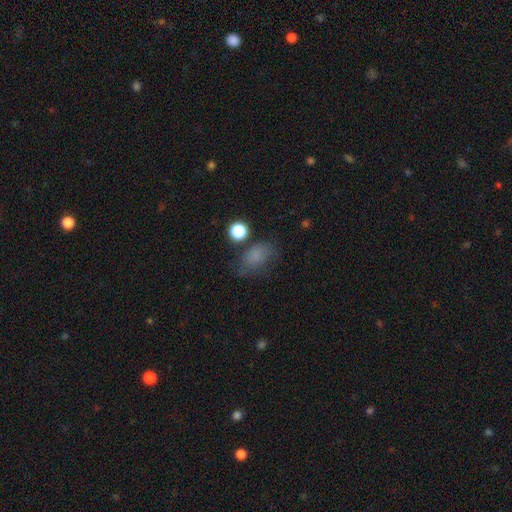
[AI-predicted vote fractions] Smooth or featured? Predicted: smooth (p=0.74). How rounded? Predicted: in between (p=0.75). Merging? Predicted: none (p=0.61).